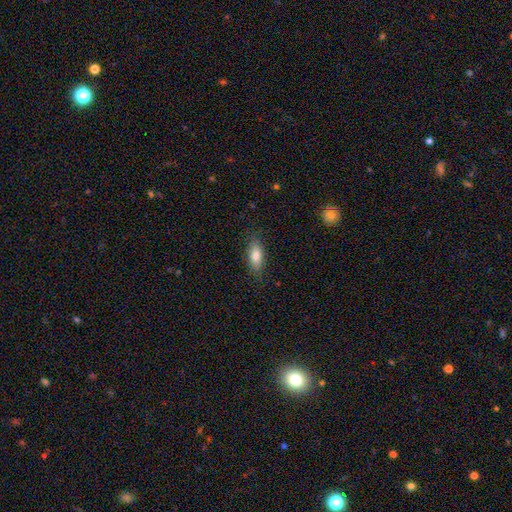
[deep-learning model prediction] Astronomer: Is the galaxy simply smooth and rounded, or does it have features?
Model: smooth — 79%.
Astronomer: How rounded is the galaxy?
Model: in between — 72%.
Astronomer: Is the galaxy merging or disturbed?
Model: none — 84%.